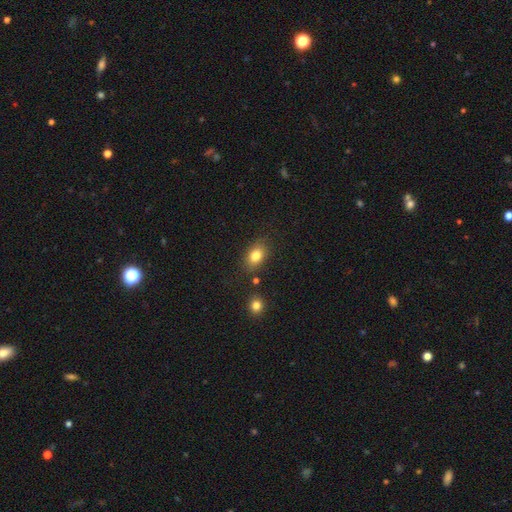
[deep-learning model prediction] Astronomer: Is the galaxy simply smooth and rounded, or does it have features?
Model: smooth — 82%.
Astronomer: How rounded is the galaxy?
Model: in between — 79%.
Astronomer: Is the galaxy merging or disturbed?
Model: none — 79%.